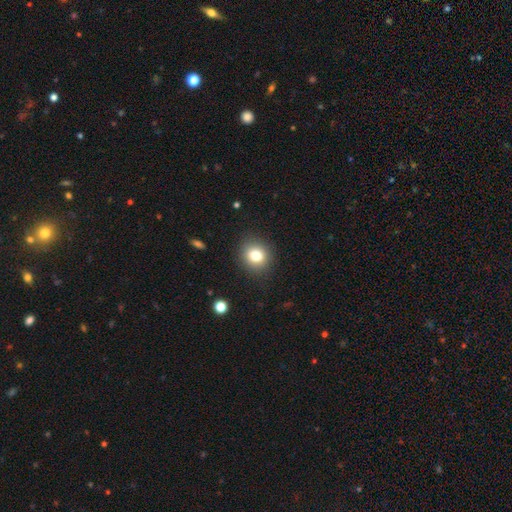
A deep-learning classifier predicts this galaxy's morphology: Q: Smooth or featured?
A: smooth (80%); runner-up: star or artifact (12%)
Q: How rounded?
A: round (82%); runner-up: in between (17%)
Q: Merging?
A: none (89%); runner-up: minor disturbance (8%)